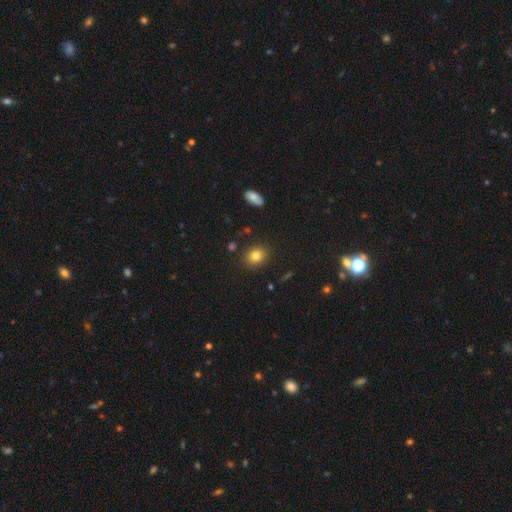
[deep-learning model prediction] smooth-or-featured: smooth: 80% | star or artifact: 11% | featured or disk: 9%
  how-rounded: round: 53% | in between: 46% | cigar-shaped: 1%
  merging: none: 87% | minor disturbance: 8% | major disturbance: 2% | merger: 2%